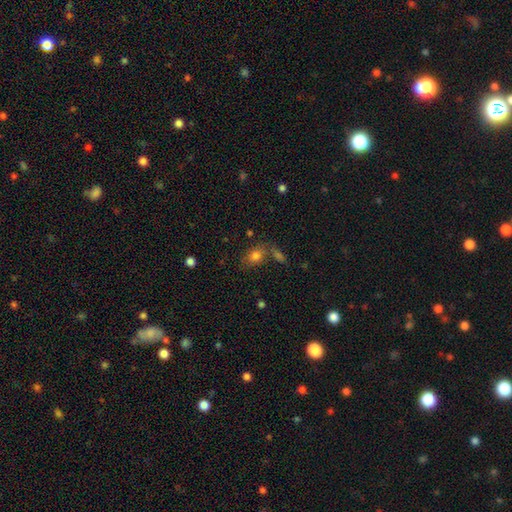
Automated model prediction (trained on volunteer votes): Smooth or featured: smooth — 79% (star or artifact — 11%)
How rounded: in between — 73% (round — 24%)
Merging: none — 62% (merger — 16%)